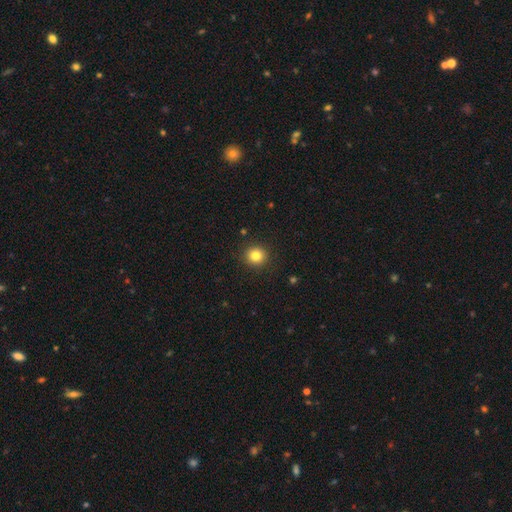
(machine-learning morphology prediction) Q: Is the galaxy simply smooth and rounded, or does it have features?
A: smooth — 82%.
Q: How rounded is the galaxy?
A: round — 90%.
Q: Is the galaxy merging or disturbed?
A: none — 91%.